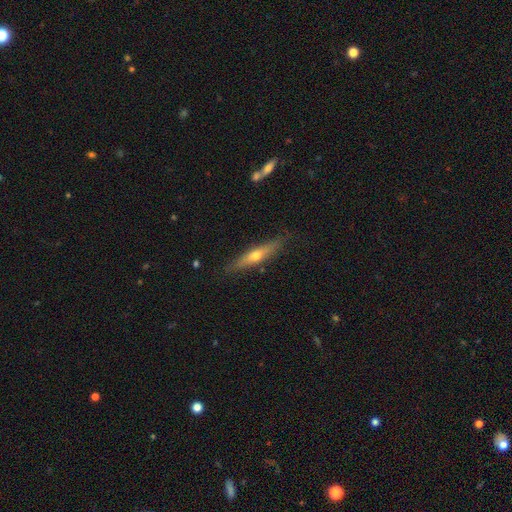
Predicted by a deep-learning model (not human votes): The model was most divided on "smooth or featured": featured or disk: 49%, smooth: 45%, star or artifact: 6%. More confident: merging — none (83%).